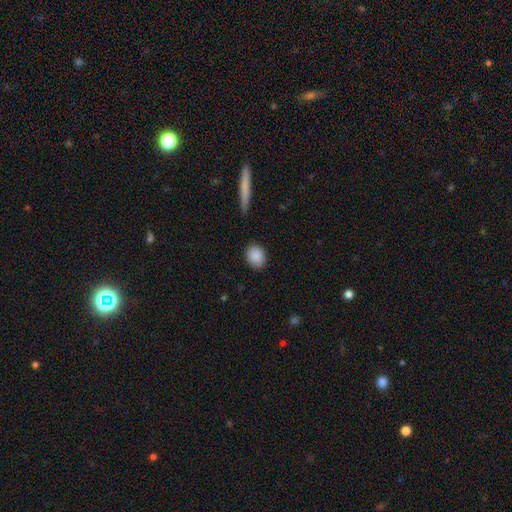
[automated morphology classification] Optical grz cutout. It shows a smooth galaxy with no disk features (89%) that is round (54%). Merging: none (87%).